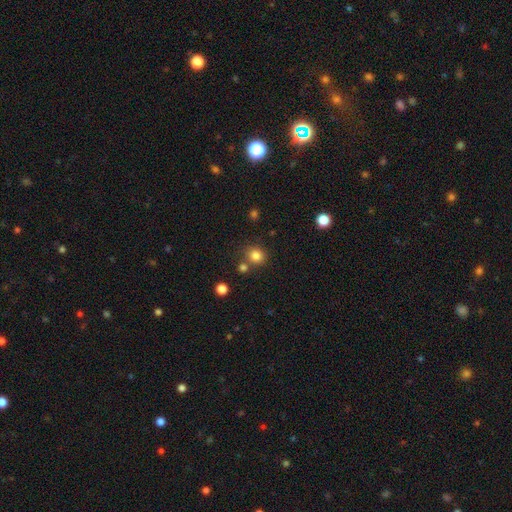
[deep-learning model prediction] The model was most divided on "merging": none: 72%, merger: 15%, minor disturbance: 9%, major disturbance: 3%. More confident: how rounded — round (85%); smooth or featured — smooth (82%).